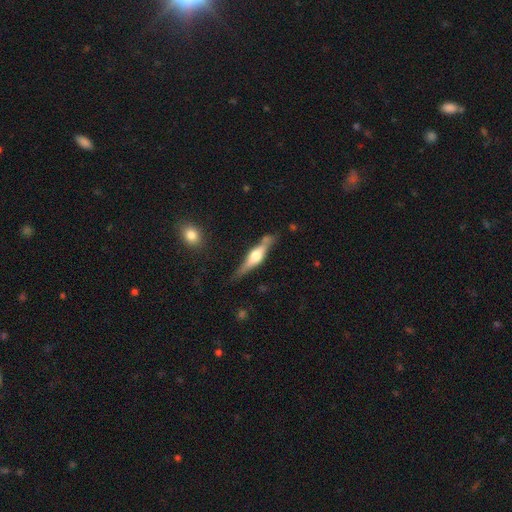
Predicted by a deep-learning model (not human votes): Overall: featured or disk (68%). Edge-on disk: yes (95%). Edge-on bulge: rounded (89%). Merging: none (73%).